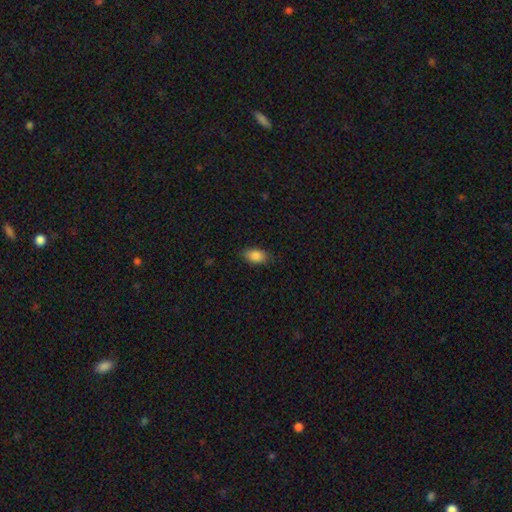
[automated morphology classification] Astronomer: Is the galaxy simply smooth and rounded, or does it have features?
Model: smooth — 87%.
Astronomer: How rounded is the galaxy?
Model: in between — 89%.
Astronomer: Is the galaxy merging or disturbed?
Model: none — 81%.